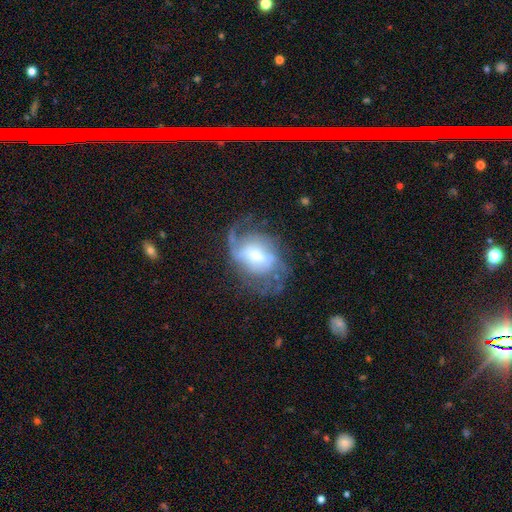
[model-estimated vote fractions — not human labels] Morphology: type=featured or disk (75%); edge-on=no (96%); bar=weak (47%); spiral arms=yes (87%); winding=medium (42%); arm count=2 (48%); bulge=moderate (41%); merging=none (48%).